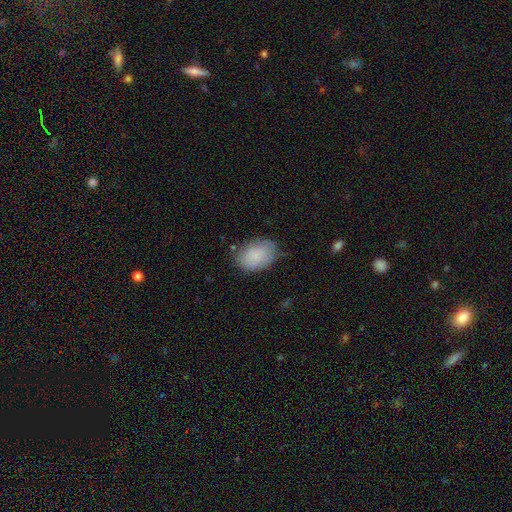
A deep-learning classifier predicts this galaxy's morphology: This is clearly a smooth galaxy (84%). How rounded: clearly in between (86%). Merging: likely none (69%).